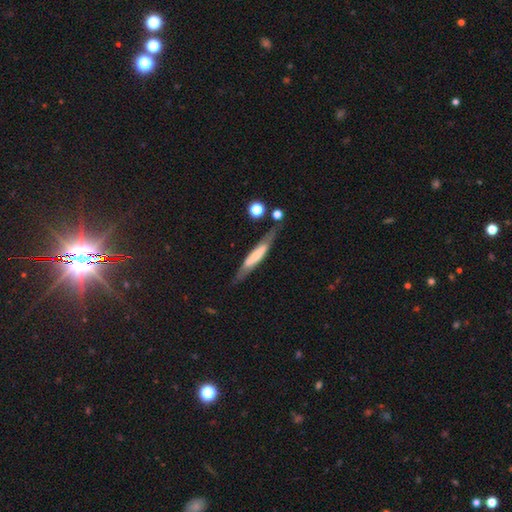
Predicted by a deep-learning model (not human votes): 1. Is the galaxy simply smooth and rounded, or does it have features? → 48% featured or disk, 46% smooth, 6% star or artifact.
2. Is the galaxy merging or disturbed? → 70% none, 18% minor disturbance, 7% major disturbance, 5% merger.